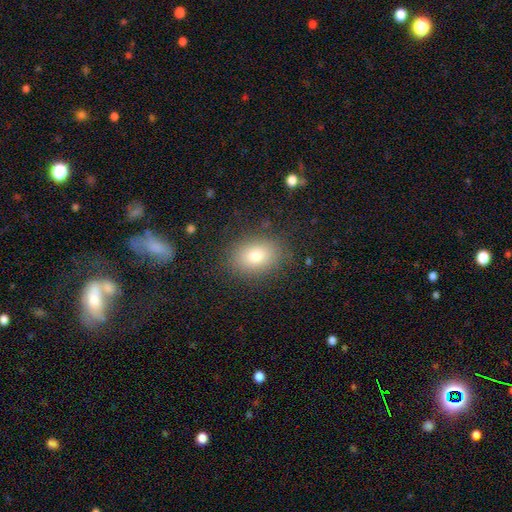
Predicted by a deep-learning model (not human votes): The model was most divided on "how rounded": in between: 71%, round: 28%, cigar-shaped: 1%. More confident: merging — none (84%); smooth or featured — smooth (79%).